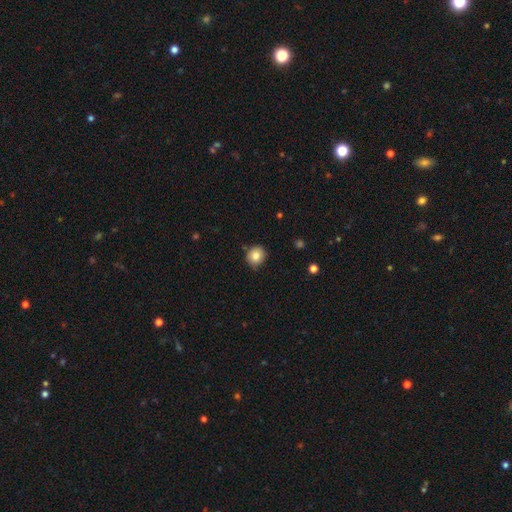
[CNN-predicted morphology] Smooth or featured? Predicted: smooth (p=0.82). How rounded? Predicted: round (p=0.82). Merging? Predicted: none (p=0.80).